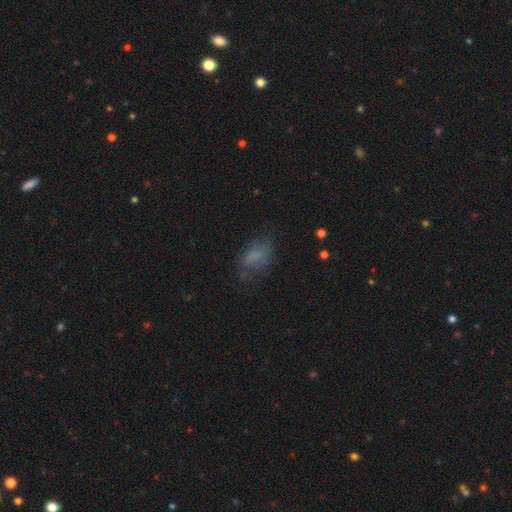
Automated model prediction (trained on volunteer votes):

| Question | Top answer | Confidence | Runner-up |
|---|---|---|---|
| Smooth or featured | smooth | 59% | featured or disk (26%) |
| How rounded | in between | 85% | round (10%) |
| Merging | none | 51% | minor disturbance (25%) |